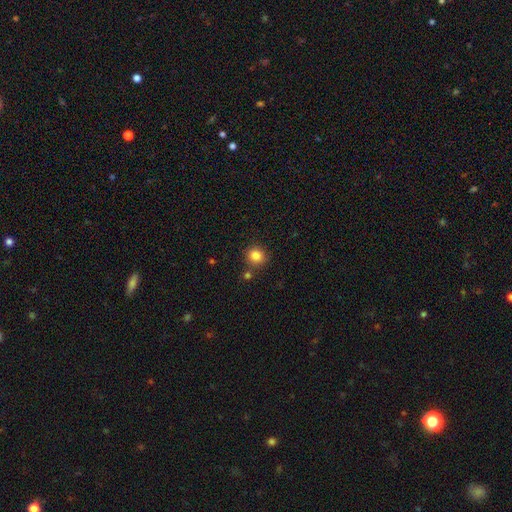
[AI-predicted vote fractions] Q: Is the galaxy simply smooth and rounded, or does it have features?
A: smooth — 85%.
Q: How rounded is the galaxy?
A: round — 81%.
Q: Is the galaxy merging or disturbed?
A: none — 79%.